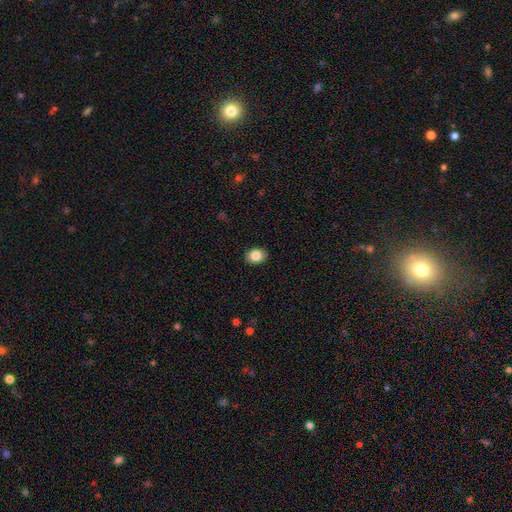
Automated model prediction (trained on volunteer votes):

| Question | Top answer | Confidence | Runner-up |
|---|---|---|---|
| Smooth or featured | smooth | 85% | star or artifact (8%) |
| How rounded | in between | 65% | round (34%) |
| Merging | none | 89% | minor disturbance (8%) |